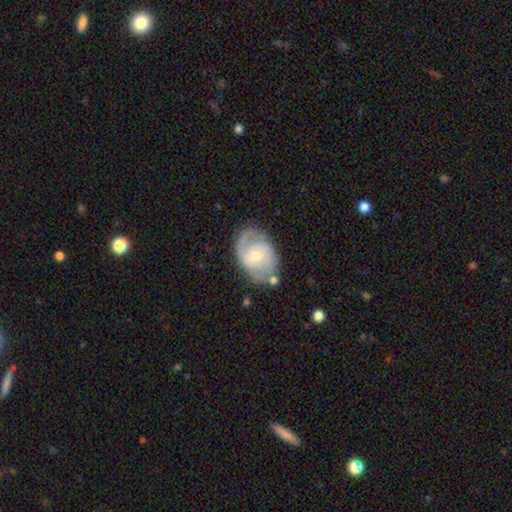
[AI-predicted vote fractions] Smooth or featured: featured or disk — 73% (smooth — 21%)
Edge-on disk: no — 96% (yes — 4%)
Bar: no — 62% (weak — 32%)
Spiral arms: yes — 87% (no — 13%)
Spiral winding: tight — 42% (tied with medium — 42%)
Spiral arm count: 2 — 64% (can't tell — 19%)
Bulge size: small — 51% (moderate — 45%)
Merging: none — 65% (minor disturbance — 22%)